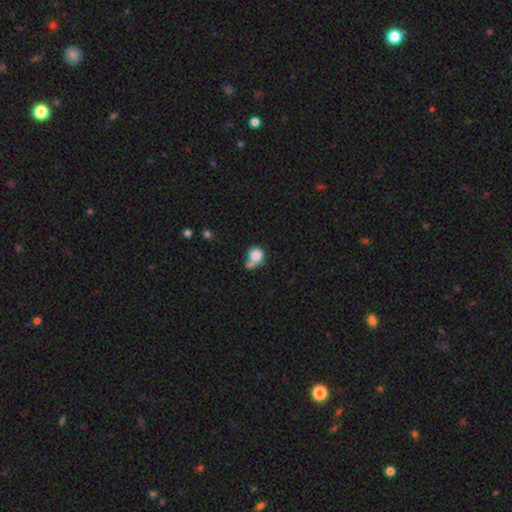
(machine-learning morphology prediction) The model was most divided on "merging" (2-way tie): none: 37%, merger: 37%, minor disturbance: 17%, major disturbance: 10%. More confident: smooth or featured — smooth (82%); how rounded — round (82%).